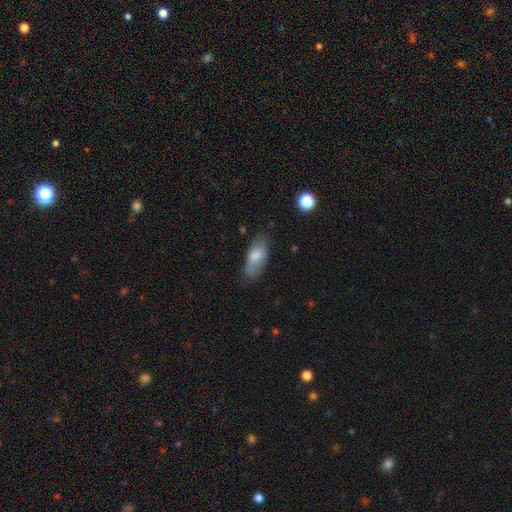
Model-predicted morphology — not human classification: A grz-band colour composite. It shows a smooth galaxy with no disk features (74%) that is in between round and cigar-shaped (81%). Merging: none (71%).